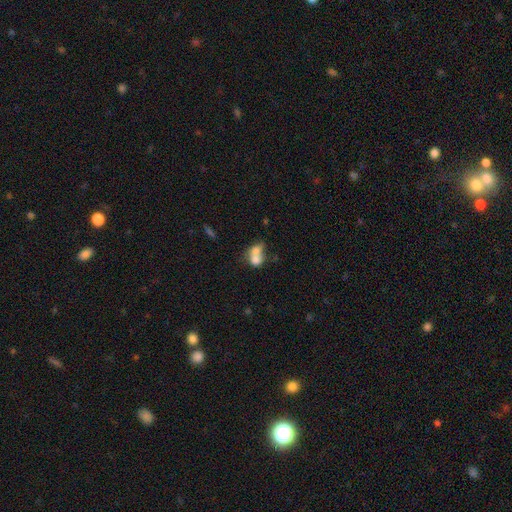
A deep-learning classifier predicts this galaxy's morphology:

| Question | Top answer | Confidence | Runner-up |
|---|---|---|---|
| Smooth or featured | smooth | 69% | featured or disk (21%) |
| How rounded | in between | 51% | round (47%) |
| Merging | merger | 71% | none (18%) |